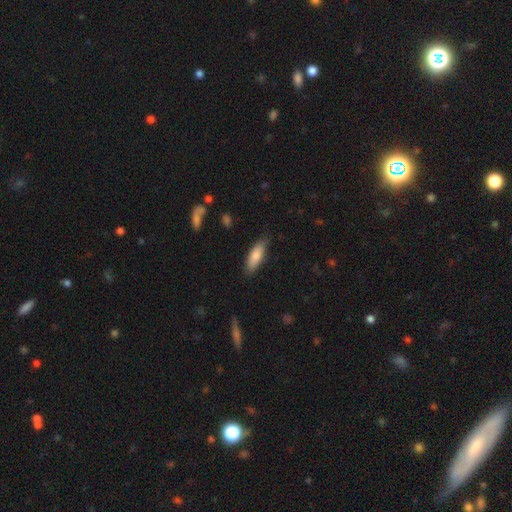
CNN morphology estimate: smooth-or-featured: smooth: 80% | featured or disk: 14% | star or artifact: 6%
  how-rounded: in between: 58% | cigar-shaped: 40% | round: 2%
  merging: none: 82% | minor disturbance: 15% | major disturbance: 2% | merger: 1%